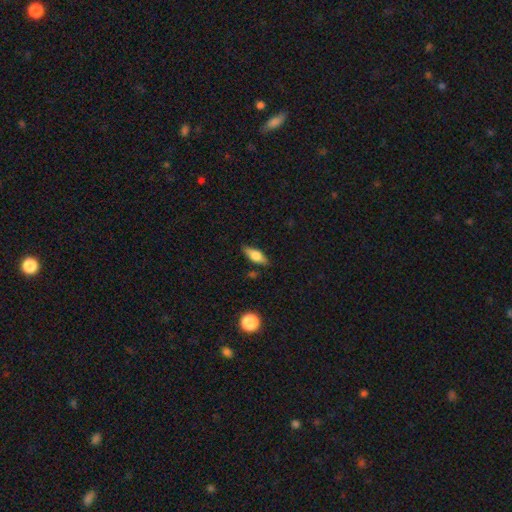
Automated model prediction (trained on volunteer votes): Morphology: type=smooth (64%); roundness=in between (66%); merging=none (82%).